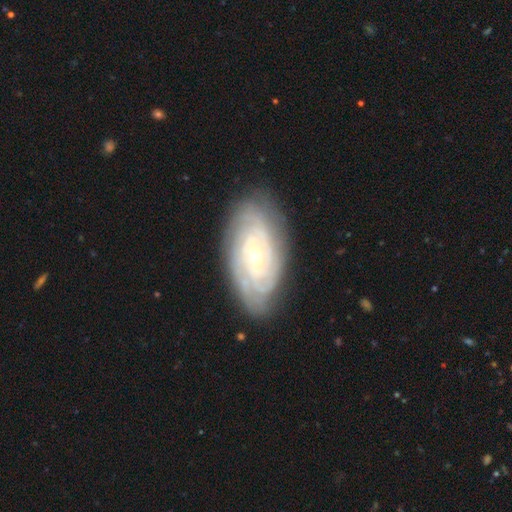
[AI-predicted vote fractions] smooth_or_featured: featured or disk (p=0.85) [alt: smooth p=0.10]
disk_edge_on: no (p=0.94) [alt: yes p=0.06]
bar: no (p=0.69) [alt: weak p=0.24]
has_spiral_arms: yes (p=0.95) [alt: no p=0.05]
spiral_winding: tight (p=0.81) [alt: medium p=0.15]
spiral_arm_count: can't tell (p=0.37) [alt: 3 p=0.17]
bulge_size: small (p=0.56) [alt: moderate p=0.41]
merging: none (p=0.82) [alt: minor disturbance p=0.14]